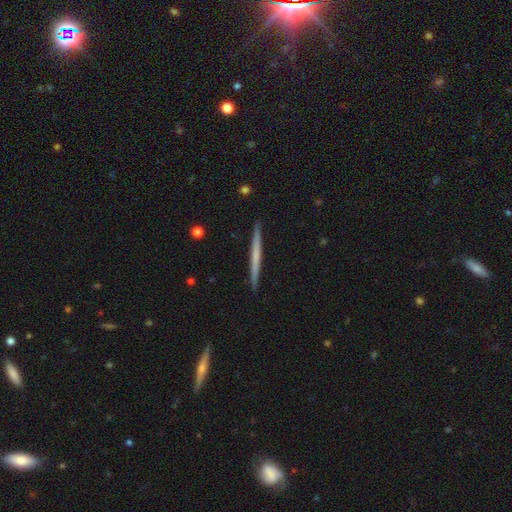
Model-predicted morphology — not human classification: Smooth or featured? featured or disk (50%)
Merging? none (93%)